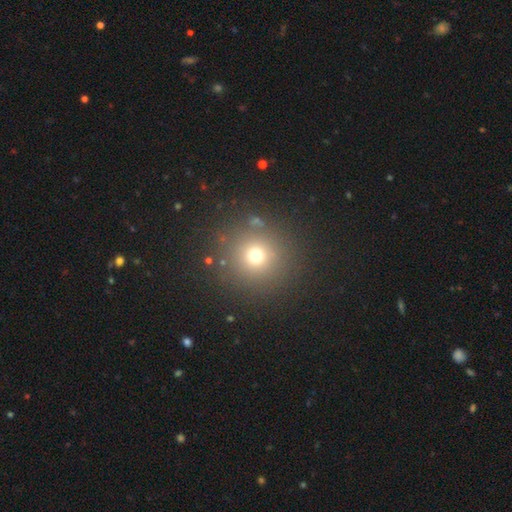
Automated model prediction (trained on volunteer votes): The model was most divided on "smooth or featured": smooth: 70%, star or artifact: 21%, featured or disk: 10%. More confident: how rounded — round (93%); merging — none (85%).